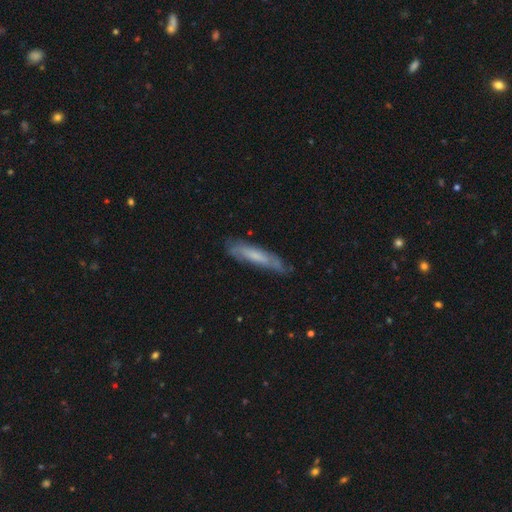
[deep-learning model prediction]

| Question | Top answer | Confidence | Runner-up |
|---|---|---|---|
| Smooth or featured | smooth | 49% | featured or disk (44%) |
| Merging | none | 71% | minor disturbance (22%) |